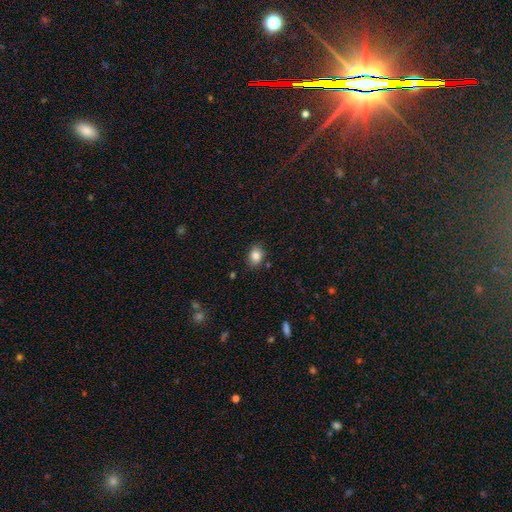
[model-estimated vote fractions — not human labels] Morphology: type=smooth (85%); roundness=in between (60%); merging=none (82%).